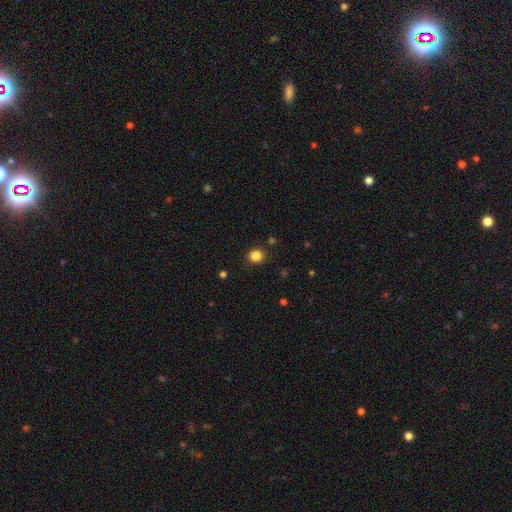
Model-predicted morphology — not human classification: Smooth or featured? smooth (85%)
How rounded? round (78%)
Merging? none (88%)